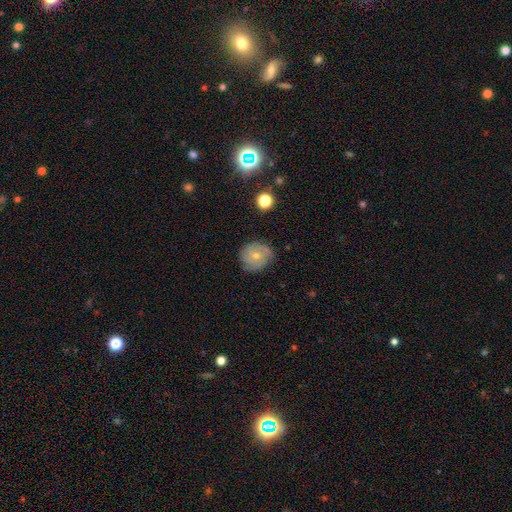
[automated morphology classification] smooth_or_featured: smooth (p=0.51) [alt: featured or disk p=0.39]
how_rounded: round (p=0.87) [alt: in between p=0.12]
merging: none (p=0.74) [alt: minor disturbance p=0.20]